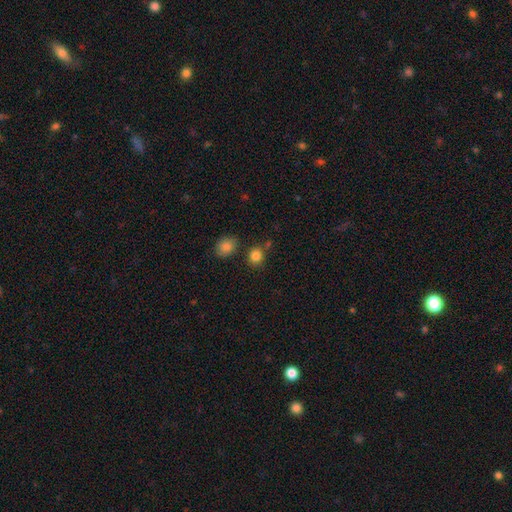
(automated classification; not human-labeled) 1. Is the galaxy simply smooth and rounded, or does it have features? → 84% smooth, 12% star or artifact, 5% featured or disk.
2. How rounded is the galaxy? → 74% round, 25% in between, 1% cigar-shaped.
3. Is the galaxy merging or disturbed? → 73% none, 12% merger, 12% minor disturbance, 4% major disturbance.